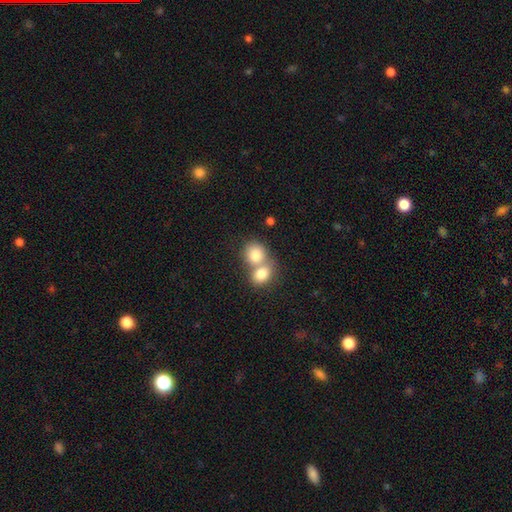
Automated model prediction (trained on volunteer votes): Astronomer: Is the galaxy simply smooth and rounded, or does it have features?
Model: smooth — 80%.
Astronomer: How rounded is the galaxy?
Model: round — 63%.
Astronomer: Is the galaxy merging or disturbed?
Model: merger — 63%.